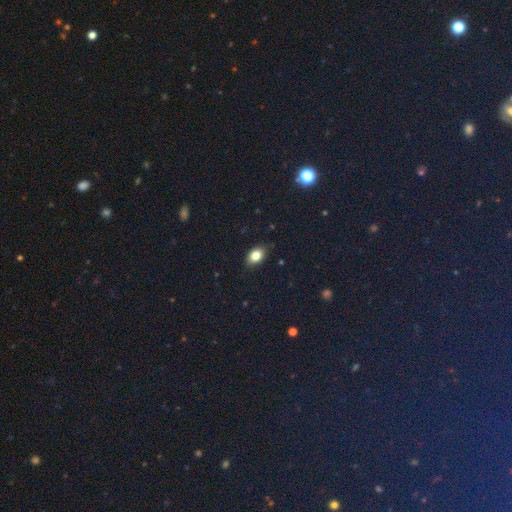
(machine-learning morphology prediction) smooth_or_featured: smooth (p=0.81) [alt: star or artifact p=0.10]
how_rounded: in between (p=0.83) [alt: round p=0.15]
merging: none (p=0.86) [alt: minor disturbance p=0.10]